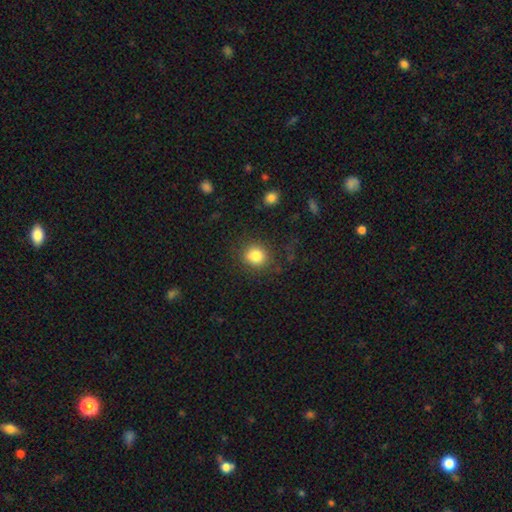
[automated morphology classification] Q: Smooth or featured?
A: smooth (83%); runner-up: star or artifact (11%)
Q: How rounded?
A: round (78%); runner-up: in between (21%)
Q: Merging?
A: none (82%); runner-up: minor disturbance (12%)